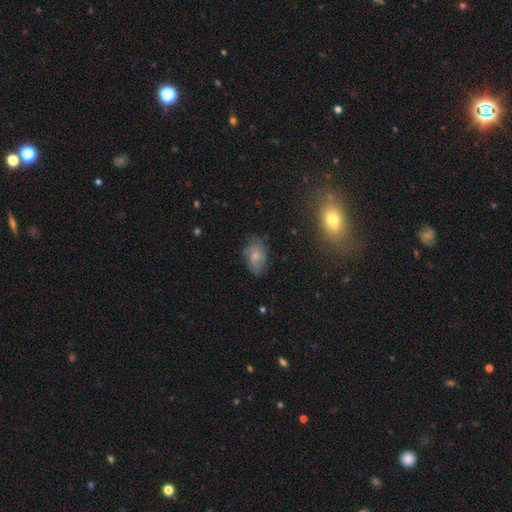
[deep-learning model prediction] smooth-or-featured: smooth: 52% | featured or disk: 37% | star or artifact: 11%
  how-rounded: in between: 86% | round: 12% | cigar-shaped: 2%
  merging: none: 64% | minor disturbance: 24% | major disturbance: 10% | merger: 2%